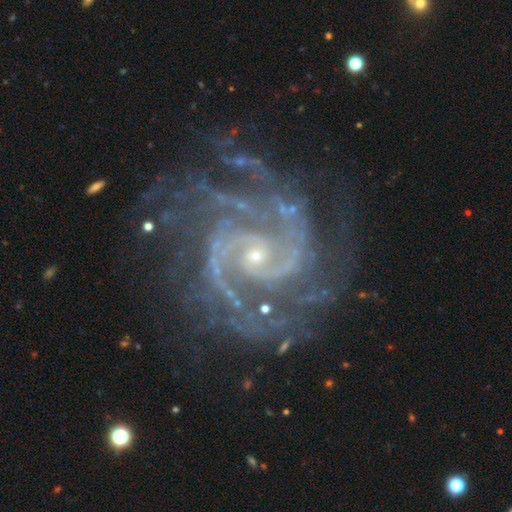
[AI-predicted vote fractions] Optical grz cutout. It shows a featured or disk galaxy (93%) with no bar (59%), 2 (51%) tight (56%) spiral arms (99%) and a small central bulge (80%). Merging: none (71%).